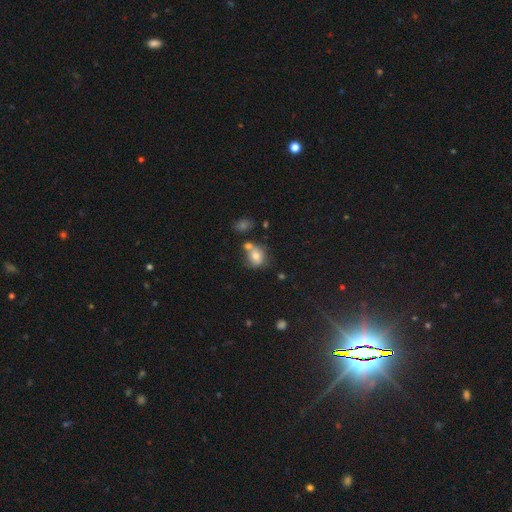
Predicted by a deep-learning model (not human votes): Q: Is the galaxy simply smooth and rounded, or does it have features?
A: smooth — 72%.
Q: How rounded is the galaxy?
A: round — 60%.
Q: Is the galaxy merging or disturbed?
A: none — 44%.